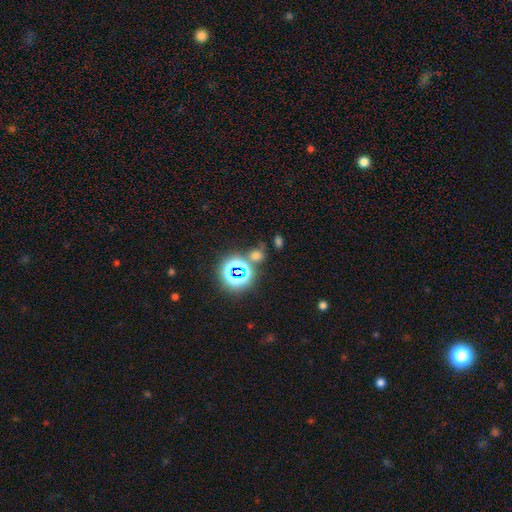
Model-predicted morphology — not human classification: Smooth or featured?
  - smooth: 49% *
  - star or artifact: 43%
  - featured or disk: 8%
Merging?
  - none: 64% *
  - merger: 19%
  - minor disturbance: 12%
  - major disturbance: 6%